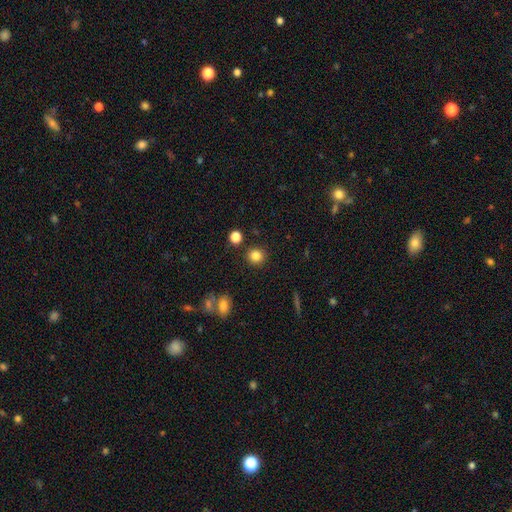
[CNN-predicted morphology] Smooth or featured?
  - smooth: 84% *
  - star or artifact: 11%
  - featured or disk: 5%
How rounded?
  - round: 88% *
  - in between: 11%
  - cigar-shaped: 1%
Merging?
  - none: 88% *
  - minor disturbance: 6%
  - merger: 4%
  - major disturbance: 2%